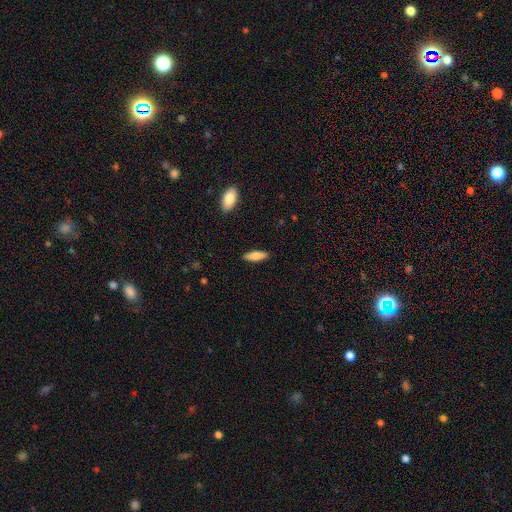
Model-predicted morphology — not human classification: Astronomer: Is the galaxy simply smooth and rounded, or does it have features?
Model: smooth — 77%.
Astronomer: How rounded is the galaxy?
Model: cigar-shaped — 51% (runner-up: in between, 47%).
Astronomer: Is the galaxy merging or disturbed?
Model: none — 89%.